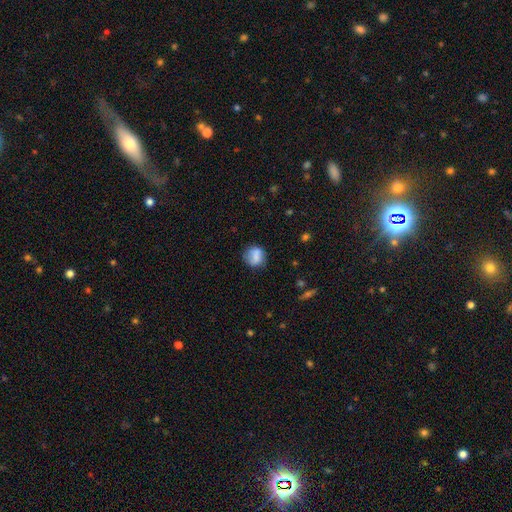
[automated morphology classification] type=smooth (74%); roundness=round (74%); merging=none (67%).